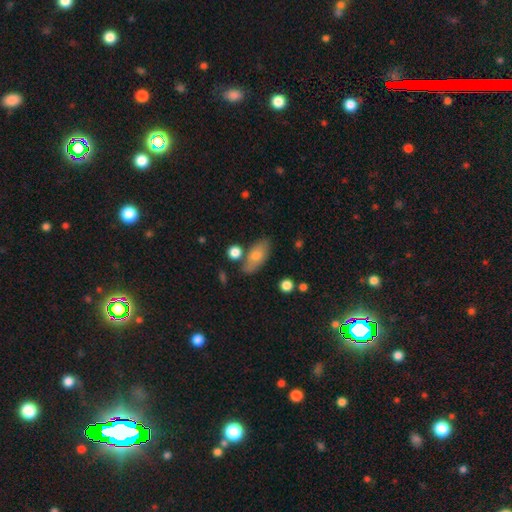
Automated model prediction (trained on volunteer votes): Smooth or featured?
  - smooth: 70% *
  - featured or disk: 21%
  - star or artifact: 8%
How rounded?
  - in between: 85% *
  - cigar-shaped: 9%
  - round: 6%
Merging?
  - none: 72% *
  - minor disturbance: 15%
  - merger: 9%
  - major disturbance: 4%